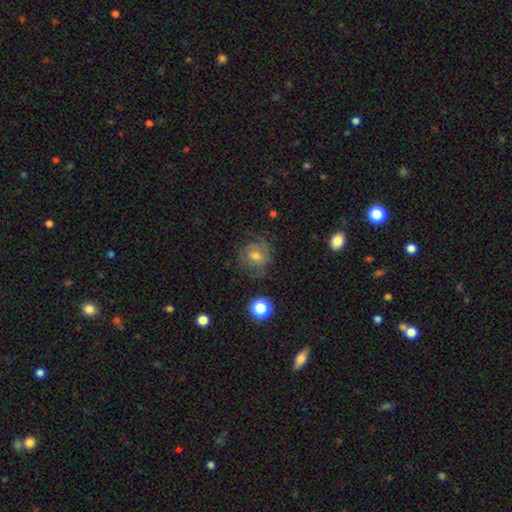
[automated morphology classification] A smooth galaxy with no disk features (50%) that is round (81%). Merging: none (65%).